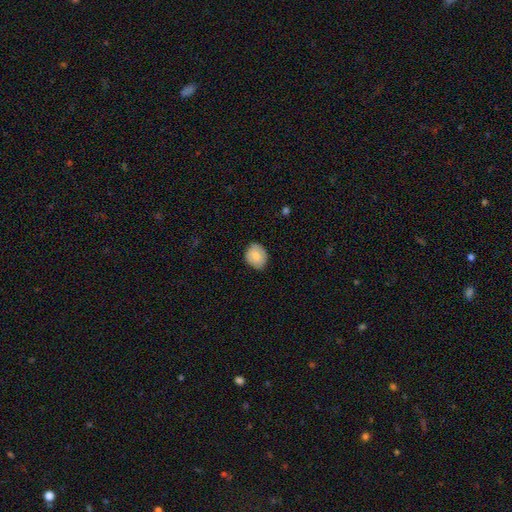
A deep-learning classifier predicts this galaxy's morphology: Smooth or featured? Predicted: smooth (p=0.81). How rounded? Predicted: round (p=0.65). Merging? Predicted: none (p=0.76).